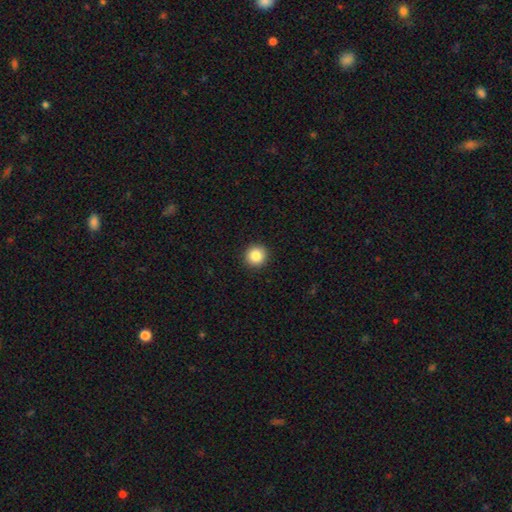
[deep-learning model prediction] This is clearly a smooth galaxy (85%). How rounded: clearly round (94%). Merging: clearly none (93%).